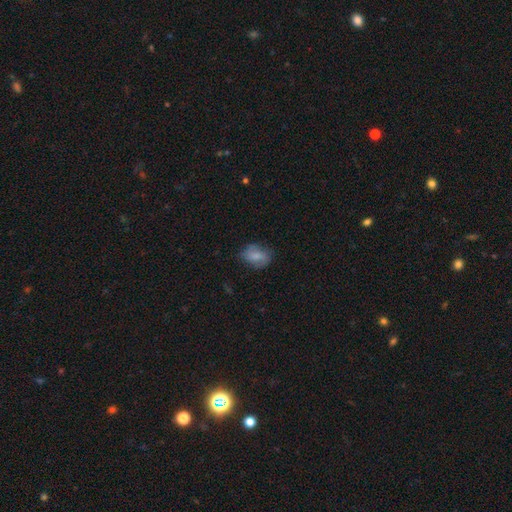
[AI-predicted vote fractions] This is likely a smooth galaxy (74%). How rounded: likely in between (76%). Merging: likely none (69%).